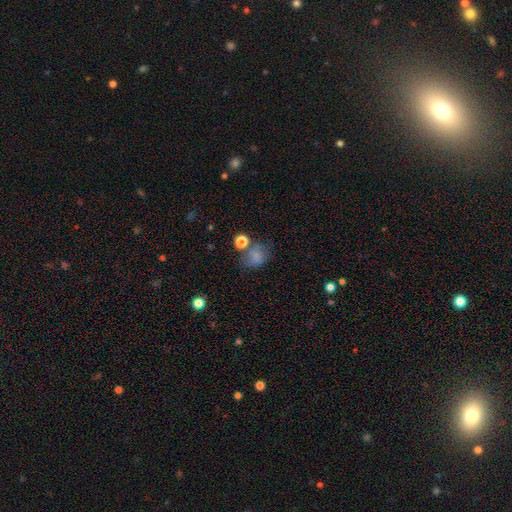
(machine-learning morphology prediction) Q: Smooth or featured?
A: smooth (75%); runner-up: star or artifact (13%)
Q: How rounded?
A: round (53%); runner-up: in between (46%)
Q: Merging?
A: none (52%); runner-up: minor disturbance (21%)